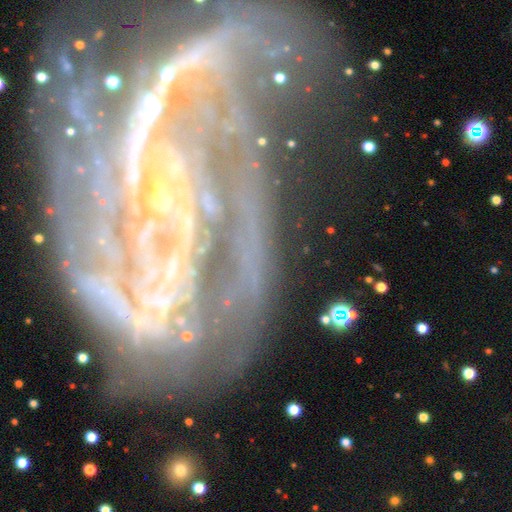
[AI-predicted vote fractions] This is likely a featured or disk galaxy (74%). It is clearly not viewed edge-on (92%). Bar: marginally no (42%). Spiral arm pattern: clearly yes (88%). Spiral arm count: marginally can't tell (29%). Spiral winding: likely tight (68%). Central bulge: possibly small (57%). Merging: likely none (63%).